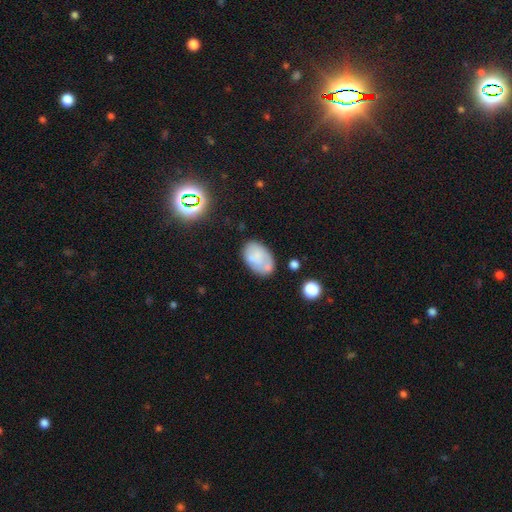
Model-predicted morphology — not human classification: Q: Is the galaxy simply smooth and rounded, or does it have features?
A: smooth — 69%.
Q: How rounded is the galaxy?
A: in between — 91%.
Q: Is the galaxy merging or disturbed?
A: none — 63%.